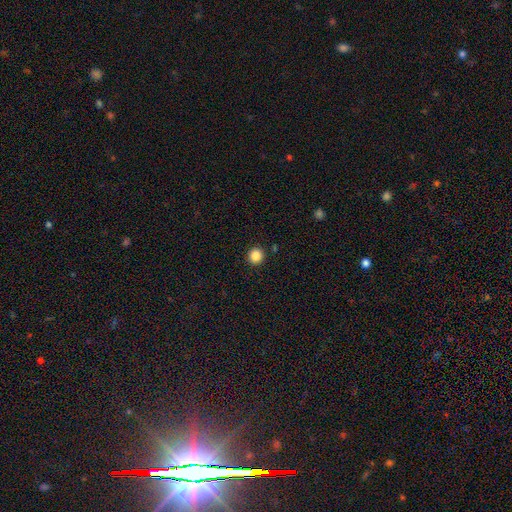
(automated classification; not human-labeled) This is clearly a smooth galaxy (86%). How rounded: clearly round (93%). Merging: clearly none (92%).